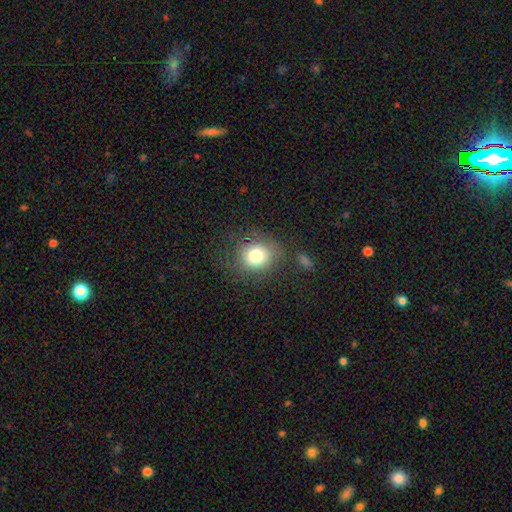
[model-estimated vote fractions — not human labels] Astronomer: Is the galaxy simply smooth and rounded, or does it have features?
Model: smooth — 79%.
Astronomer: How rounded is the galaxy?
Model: round — 80%.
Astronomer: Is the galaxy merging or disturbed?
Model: none — 74%.